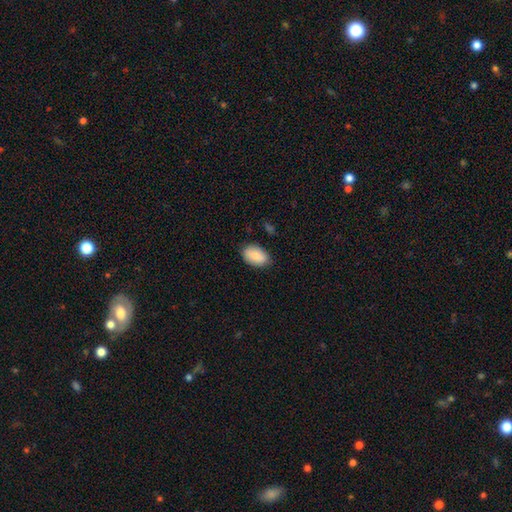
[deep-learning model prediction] smooth-or-featured: smooth: 87% | featured or disk: 7% | star or artifact: 6%
  how-rounded: in between: 91% | round: 8% | cigar-shaped: 1%
  merging: none: 83% | minor disturbance: 14% | major disturbance: 3% | merger: 1%